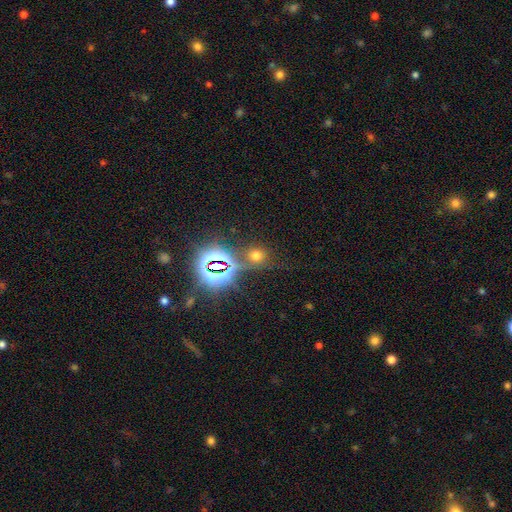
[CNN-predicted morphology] Q: Smooth or featured?
A: smooth (53%); runner-up: star or artifact (39%)
Q: How rounded?
A: round (79%); runner-up: in between (20%)
Q: Merging?
A: none (71%); runner-up: merger (13%)